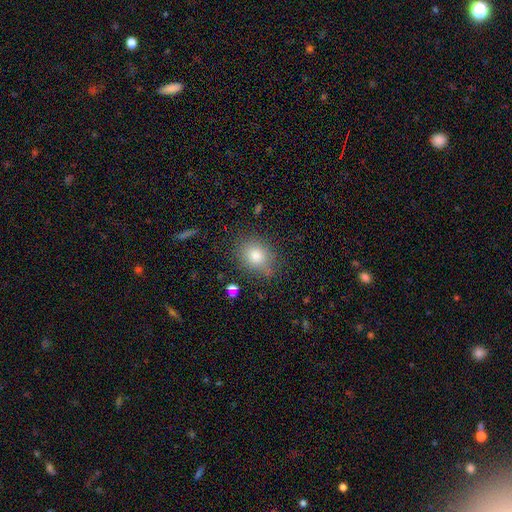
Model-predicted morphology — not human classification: smooth_or_featured: smooth (p=0.80) [alt: star or artifact p=0.11]
how_rounded: round (p=0.51) [alt: in between p=0.48]
merging: none (p=0.78) [alt: minor disturbance p=0.15]